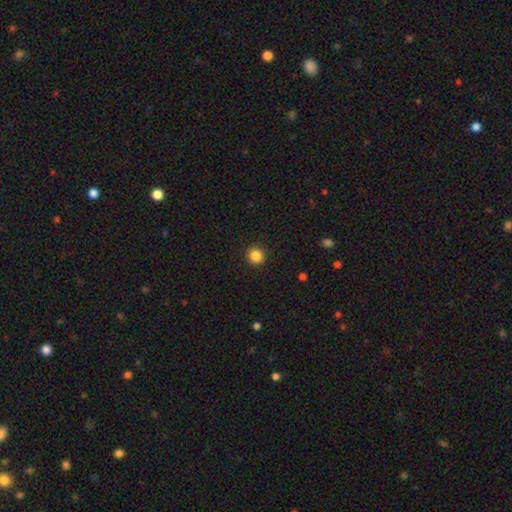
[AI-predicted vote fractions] smooth-or-featured: smooth: 86% | star or artifact: 11% | featured or disk: 4%
  how-rounded: round: 93% | in between: 6% | cigar-shaped: 1%
  merging: none: 93% | minor disturbance: 5% | major disturbance: 2% | merger: 1%